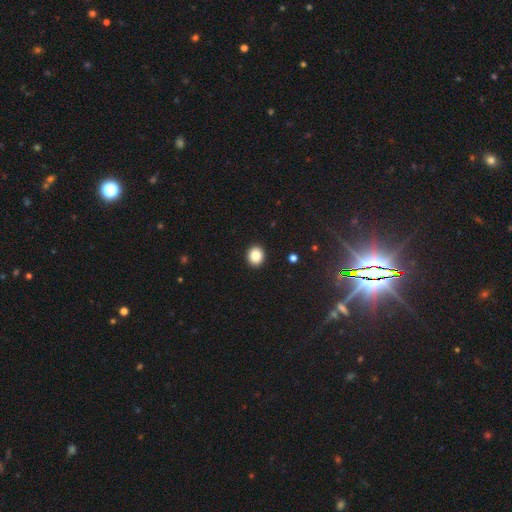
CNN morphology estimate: This is clearly a smooth galaxy (86%). How rounded: likely round (77%). Merging: clearly none (93%).